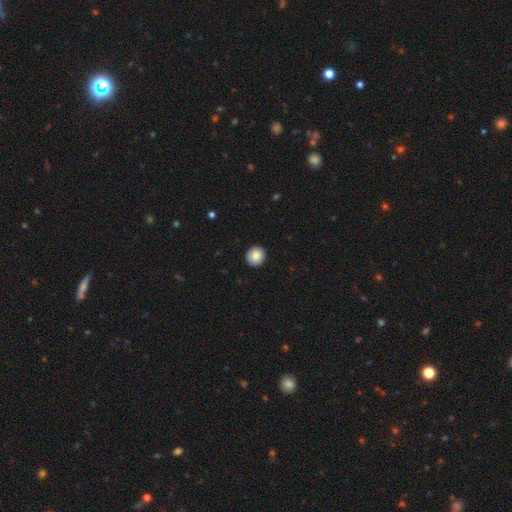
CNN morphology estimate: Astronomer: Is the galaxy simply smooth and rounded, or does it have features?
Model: smooth — 88%.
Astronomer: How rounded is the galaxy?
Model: round — 91%.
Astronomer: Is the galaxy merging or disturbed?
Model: none — 92%.